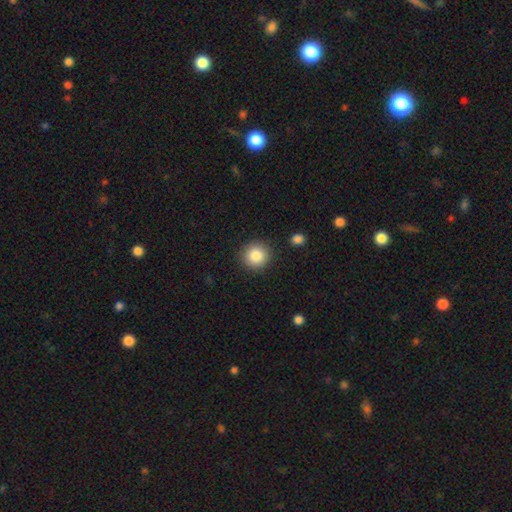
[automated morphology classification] This appears to be a smooth galaxy with no disk features (85%) that is round (94%). Merging: none (90%).